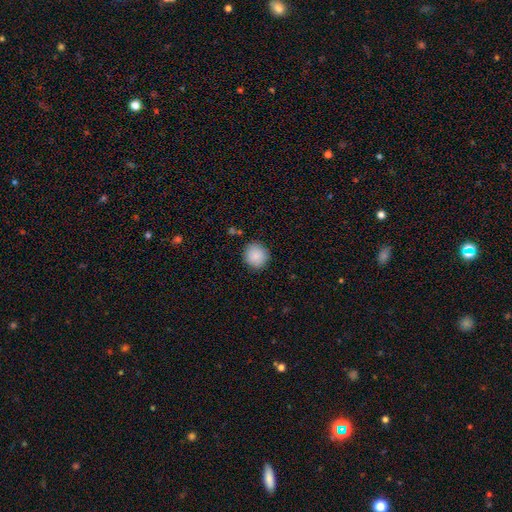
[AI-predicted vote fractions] Smooth or featured: smooth — 87% (star or artifact — 8%)
How rounded: round — 93% (in between — 6%)
Merging: none — 88% (minor disturbance — 8%)